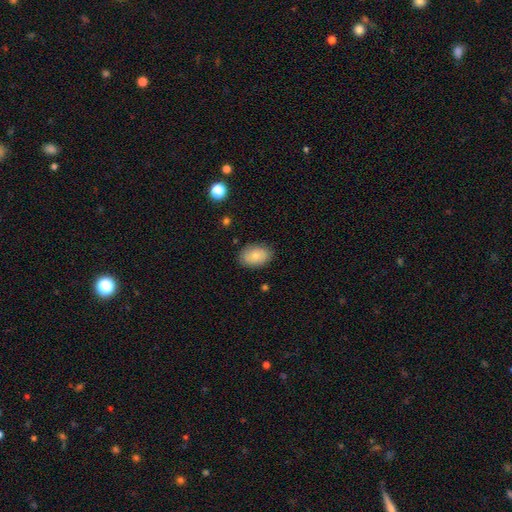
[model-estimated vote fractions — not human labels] Q: Smooth or featured?
A: smooth (77%); runner-up: featured or disk (16%)
Q: How rounded?
A: in between (81%); runner-up: round (18%)
Q: Merging?
A: none (83%); runner-up: minor disturbance (13%)